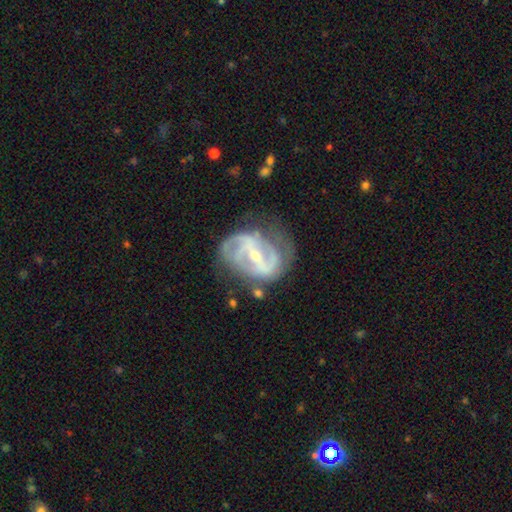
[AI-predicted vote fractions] Smooth or featured? Predicted: featured or disk (p=0.88). Edge-on disk? Predicted: no (p=0.97). Bar? Predicted: strong (p=0.54). Spiral arms? Predicted: yes (p=0.92). Spiral winding? Predicted: medium (p=0.46). Spiral arm count? Predicted: 2 (p=0.63). Bulge size? Predicted: small (p=0.59). Merging? Predicted: none (p=0.57).